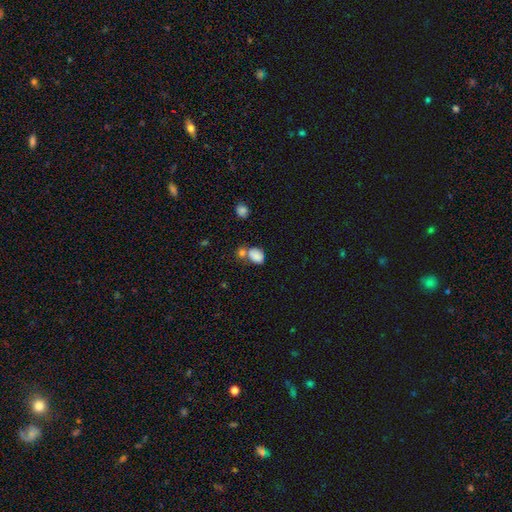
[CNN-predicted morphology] Smooth or featured? Predicted: smooth (p=0.84). How rounded? Predicted: in between (p=0.79). Merging? Predicted: none (p=0.46).